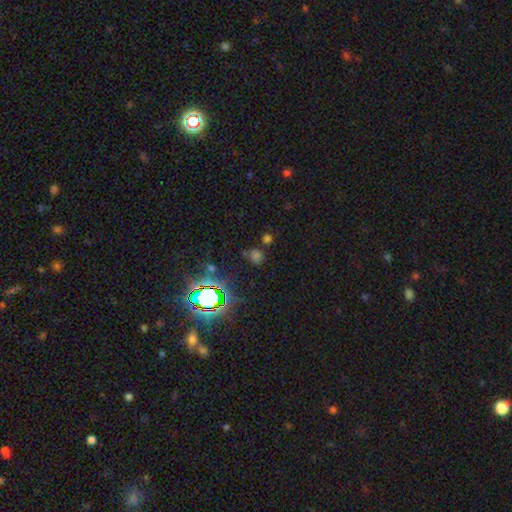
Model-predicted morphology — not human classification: star or artifact 50%, smooth 42%, featured or disk 8%.